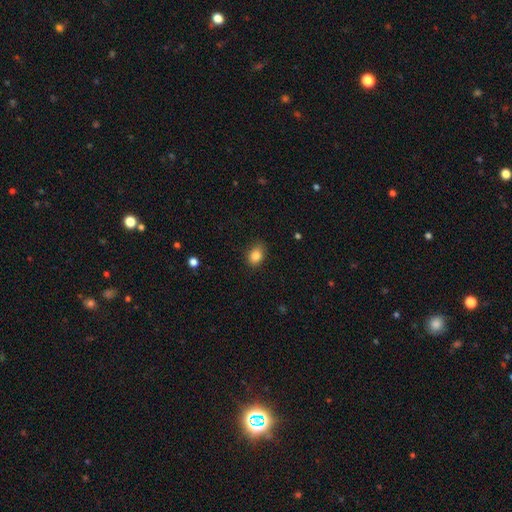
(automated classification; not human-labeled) Morphology: type=smooth (84%); roundness=in between (63%); merging=none (78%).